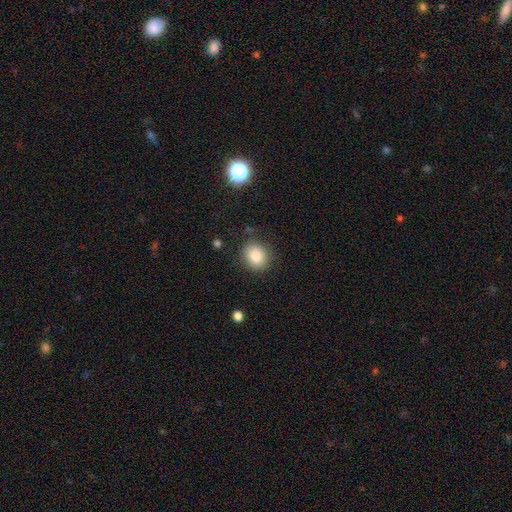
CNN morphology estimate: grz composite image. It shows a smooth galaxy with no disk features (82%) that is round (76%). Merging: none (85%).